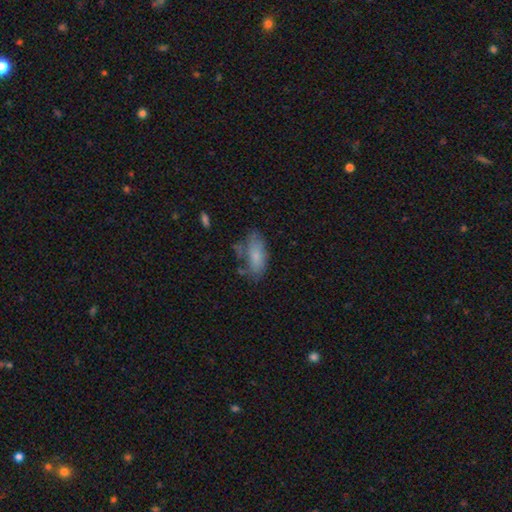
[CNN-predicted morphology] This is likely a smooth galaxy (73%). How rounded: clearly in between (82%). Merging: possibly none (52%).